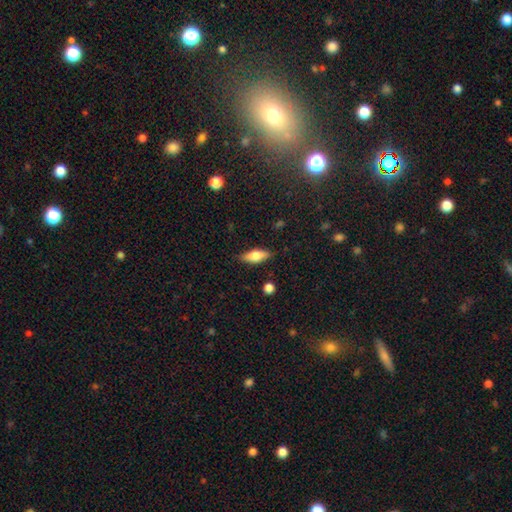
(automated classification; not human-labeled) Q: Smooth or featured?
A: smooth (66%); runner-up: featured or disk (27%)
Q: How rounded?
A: in between (70%); runner-up: cigar-shaped (27%)
Q: Merging?
A: none (85%); runner-up: minor disturbance (11%)